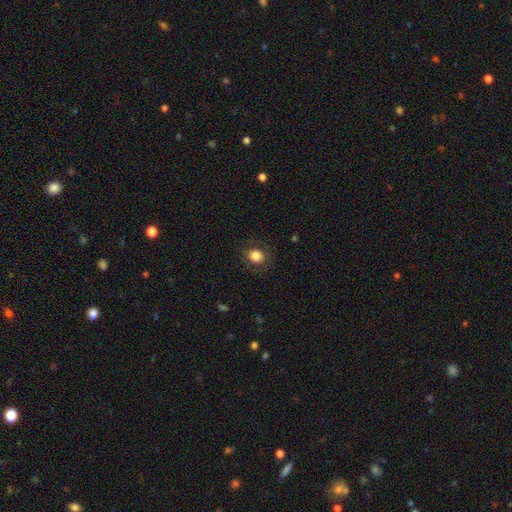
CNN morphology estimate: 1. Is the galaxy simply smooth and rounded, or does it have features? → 81% smooth, 10% star or artifact, 9% featured or disk.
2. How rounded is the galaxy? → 80% round, 19% in between, 1% cigar-shaped.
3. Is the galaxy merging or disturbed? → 84% none, 10% minor disturbance, 5% major disturbance, 1% merger.